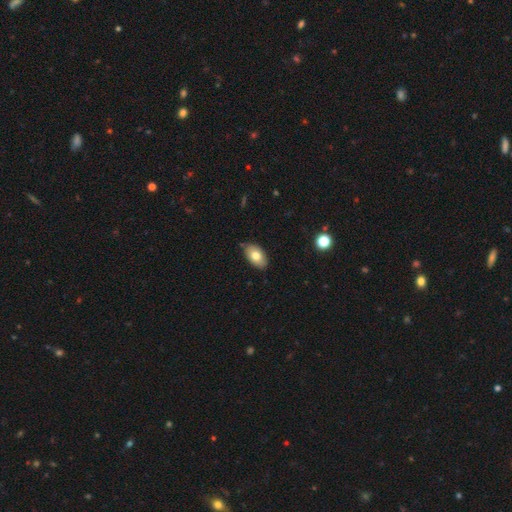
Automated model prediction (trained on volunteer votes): This appears to be a smooth galaxy with no disk features (76%) that is in between round and cigar-shaped (93%). Merging: none (82%).